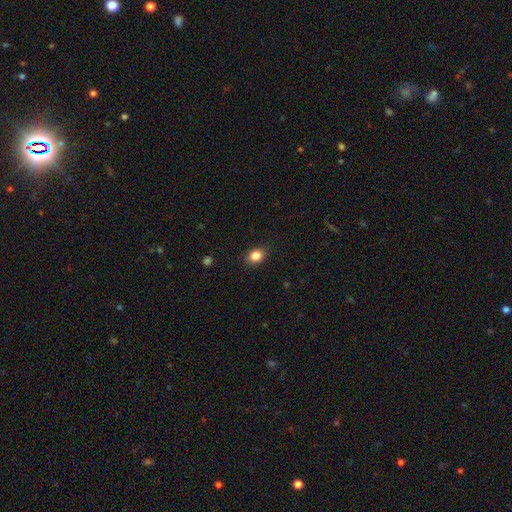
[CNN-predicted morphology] A smooth galaxy with no disk features (85%) that is in between round and cigar-shaped (54%).

Vote fractions:
- Smooth or featured? smooth: 85% / star or artifact: 10% / featured or disk: 5%
- How rounded? in between: 54% / round: 45% / cigar-shaped: 1%
- Merging? none: 86% / minor disturbance: 11% / major disturbance: 2% / merger: 1%